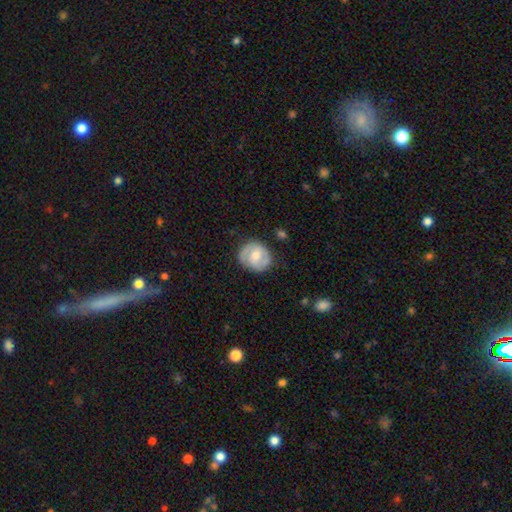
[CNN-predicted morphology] featured or disk 54%, smooth 40%, star or artifact 6%. Down the decision tree: edge-on disk — no (97%); bar — no (49%); spiral arms — yes (71%); bulge size — moderate (67%); merging — none (75%).